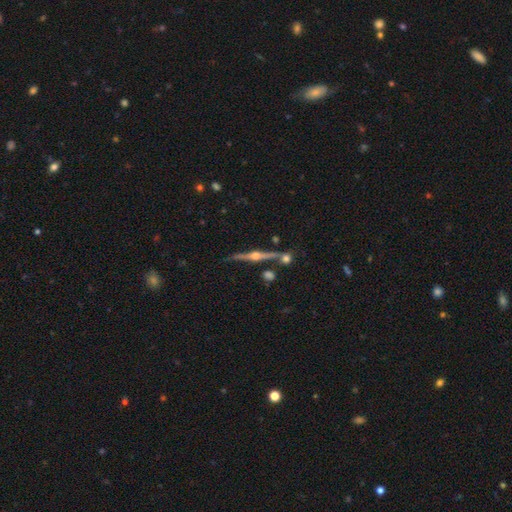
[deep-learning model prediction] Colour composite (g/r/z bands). It shows a featured or disk galaxy (87%) viewed edge-on (98%) with a rounded central bulge (95%). Merging: none (82%).